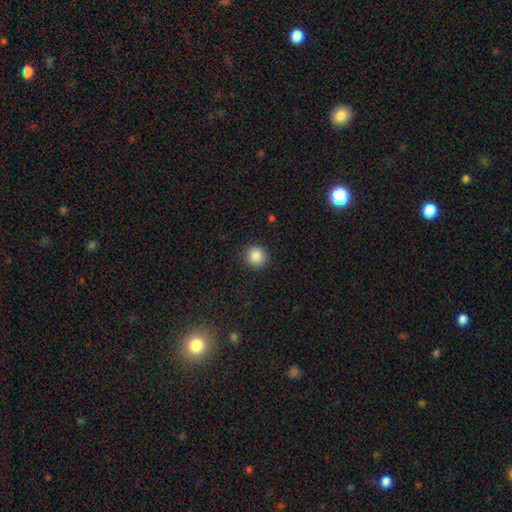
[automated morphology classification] The model was most divided on "smooth or featured": smooth: 87%, star or artifact: 9%, featured or disk: 4%. More confident: how rounded — round (93%); merging — none (90%).